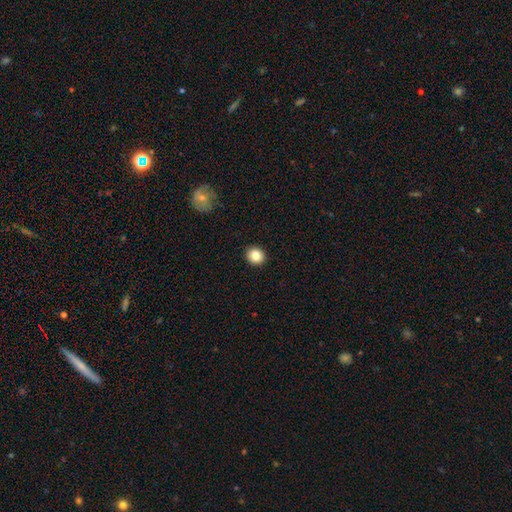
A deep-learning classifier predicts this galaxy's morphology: This is clearly a smooth galaxy (84%). How rounded: clearly round (86%). Merging: clearly none (93%).